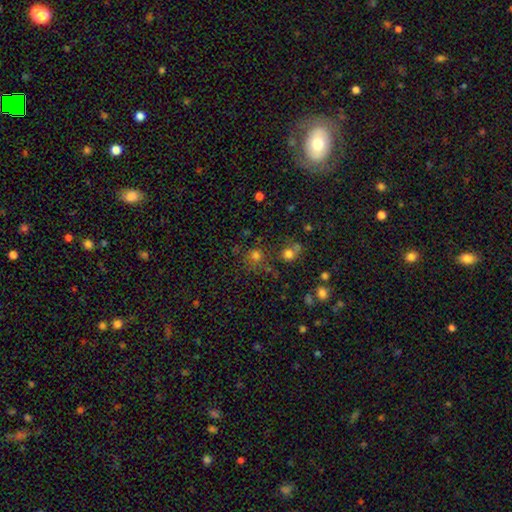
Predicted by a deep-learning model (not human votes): A smooth galaxy with no disk features (71%) that is round (89%).

Vote fractions:
- Smooth or featured? smooth: 71% / star or artifact: 21% / featured or disk: 8%
- How rounded? round: 89% / in between: 10% / cigar-shaped: 1%
- Merging? none: 67% / merger: 15% / minor disturbance: 11% / major disturbance: 6%